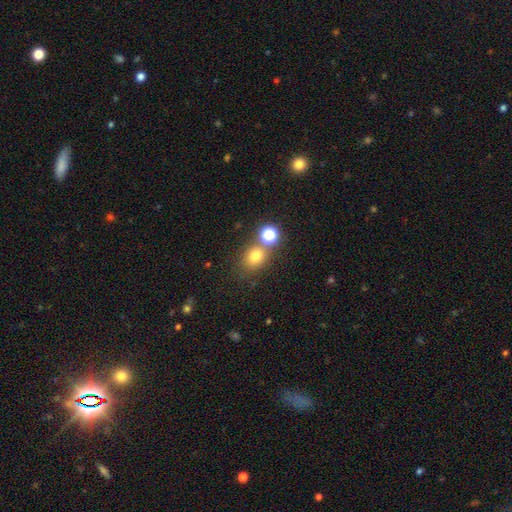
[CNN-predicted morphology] smooth-or-featured: smooth: 74% | star or artifact: 18% | featured or disk: 8%
  how-rounded: round: 66% | in between: 32% | cigar-shaped: 1%
  merging: none: 63% | merger: 22% | minor disturbance: 10% | major disturbance: 4%